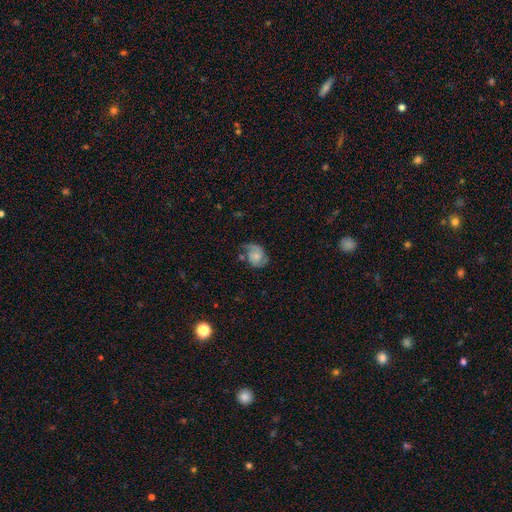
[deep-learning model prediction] The model was most divided on "bulge size": small: 38%, moderate: 32%, none: 19%, large: 9%, dominant: 2%. Remaining: edge-on disk — no (97%); spiral arms — yes (87%); bar — no (72%); smooth or featured — featured or disk (56%); merging — none (45%).